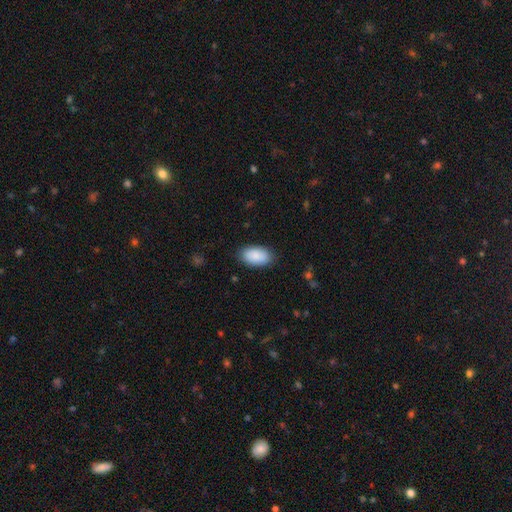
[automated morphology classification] smooth-or-featured: smooth: 88% | featured or disk: 6% | star or artifact: 6%
  how-rounded: in between: 95% | round: 3% | cigar-shaped: 2%
  merging: none: 85% | minor disturbance: 11% | major disturbance: 3% | merger: 1%